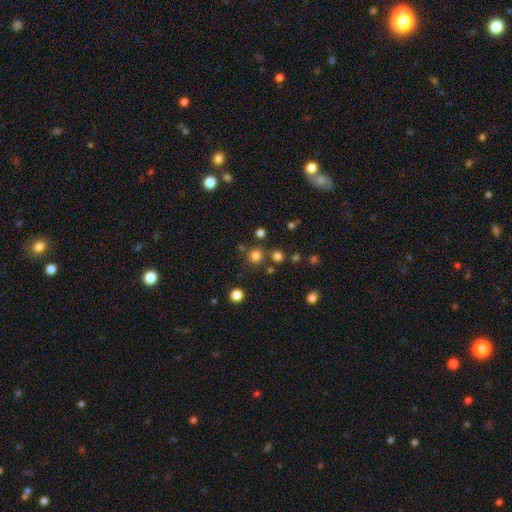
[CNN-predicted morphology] A smooth galaxy with no disk features (77%) that is round (92%).

Vote fractions:
- Smooth or featured? smooth: 77% / star or artifact: 18% / featured or disk: 5%
- How rounded? round: 92% / in between: 7% / cigar-shaped: 1%
- Merging? none: 80% / merger: 9% / minor disturbance: 7% / major disturbance: 3%